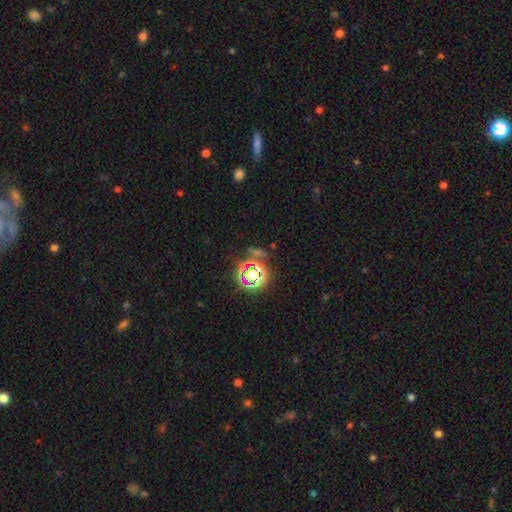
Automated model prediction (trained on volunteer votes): This is likely a star or artifact rather than a galaxy (70%).